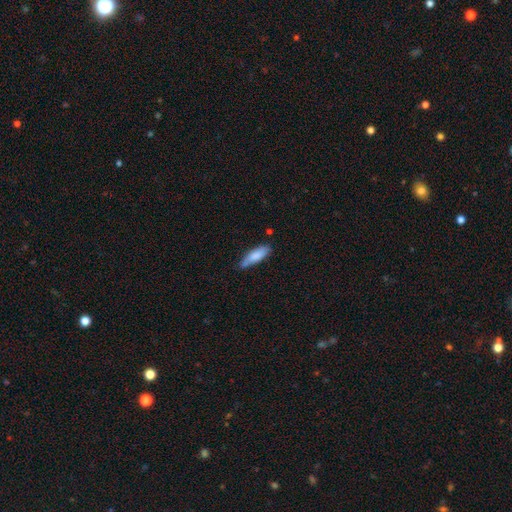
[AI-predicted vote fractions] A smooth galaxy with no disk features (78%) that is cigar-shaped (53%).

Vote fractions:
- Smooth or featured? smooth: 78% / featured or disk: 16% / star or artifact: 6%
- How rounded? cigar-shaped: 53% / in between: 46% / round: 1%
- Merging? none: 71% / minor disturbance: 23% / major disturbance: 4% / merger: 2%